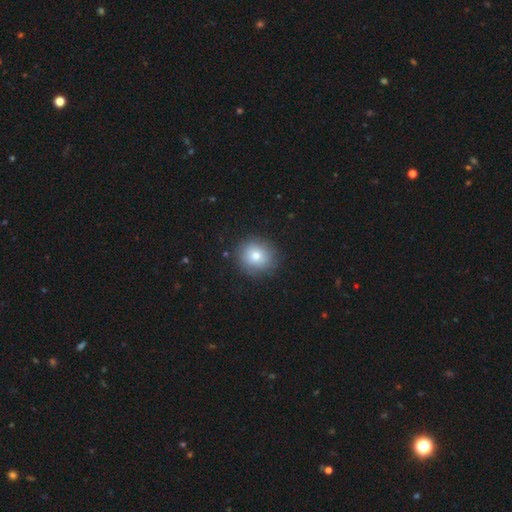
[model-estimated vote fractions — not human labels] smooth_or_featured: smooth (p=0.76) [alt: featured or disk p=0.13]
how_rounded: round (p=0.87) [alt: in between p=0.12]
merging: none (p=0.85) [alt: minor disturbance p=0.11]